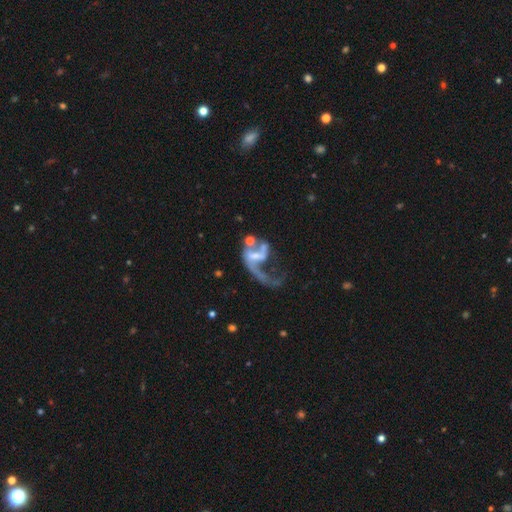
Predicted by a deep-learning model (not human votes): This is likely a featured or disk galaxy (75%). It is clearly not viewed edge-on (97%). Bar: marginally weak (38%, tied with no). Spiral arm pattern: likely yes (71%). Spiral arm count: possibly 1 (57%). Spiral winding: clearly loose (81%). Central bulge: marginally small (38%). Merging: possibly major disturbance (48%).